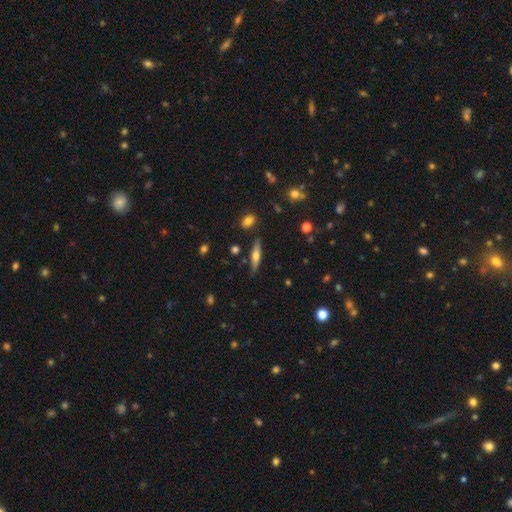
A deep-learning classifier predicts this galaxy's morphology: This is possibly a featured or disk galaxy (48%). Merging: clearly none (81%).